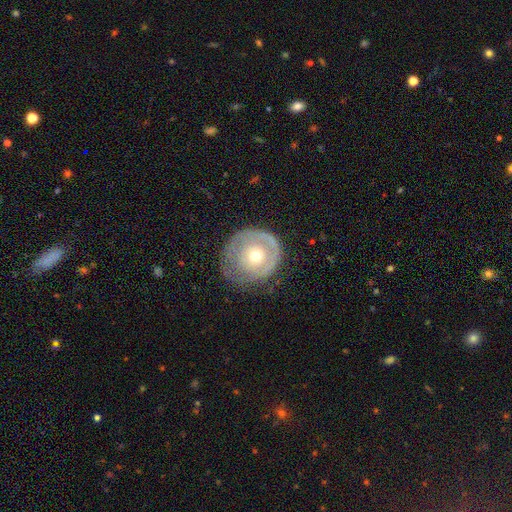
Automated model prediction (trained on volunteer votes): featured or disk 51%, smooth 42%, star or artifact 6%. Down the decision tree: edge-on disk — no (95%); merging — none (56%).